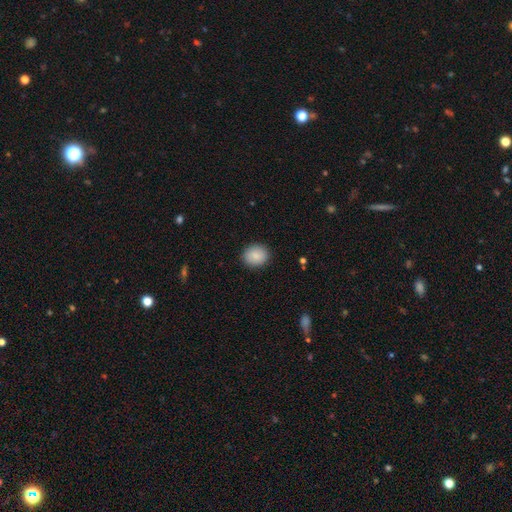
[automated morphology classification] The model was most divided on "how rounded": round: 71%, in between: 28%, cigar-shaped: 1%. More confident: merging — none (90%); smooth or featured — smooth (88%).